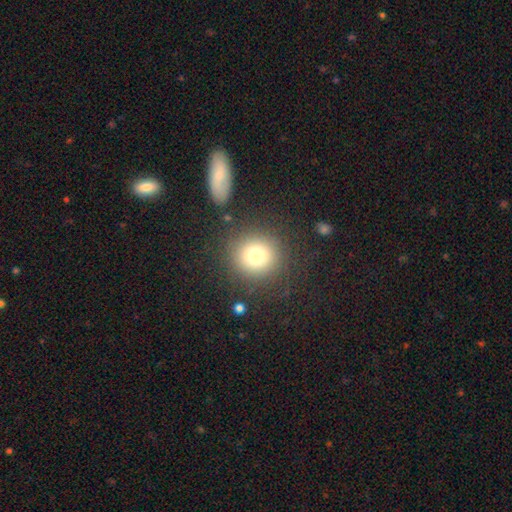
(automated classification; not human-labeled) Q: Smooth or featured?
A: smooth (76%); runner-up: star or artifact (14%)
Q: How rounded?
A: round (93%); runner-up: in between (6%)
Q: Merging?
A: none (85%); runner-up: minor disturbance (8%)